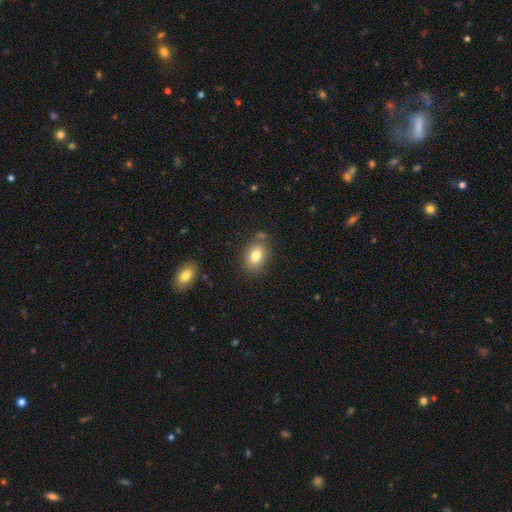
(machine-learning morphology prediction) Smooth or featured? Predicted: smooth (p=0.80). How rounded? Predicted: in between (p=0.75). Merging? Predicted: none (p=0.75).